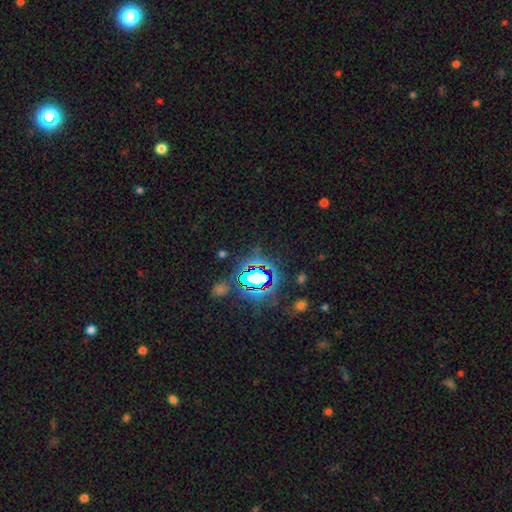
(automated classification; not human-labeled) Morphology: type=star or artifact (80%).